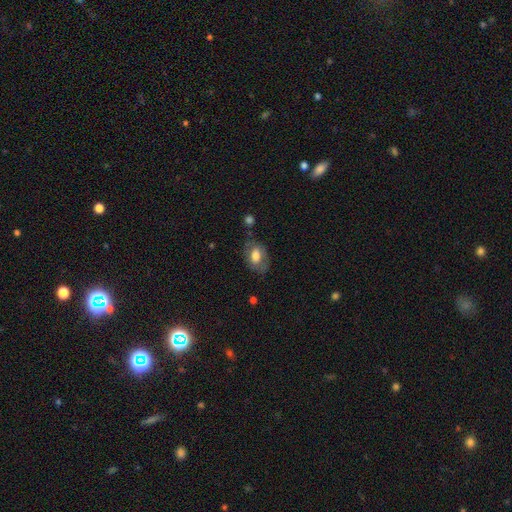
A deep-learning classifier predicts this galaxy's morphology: Q: Smooth or featured?
A: smooth (59%); runner-up: featured or disk (34%)
Q: How rounded?
A: in between (83%); runner-up: round (15%)
Q: Merging?
A: none (67%); runner-up: minor disturbance (21%)